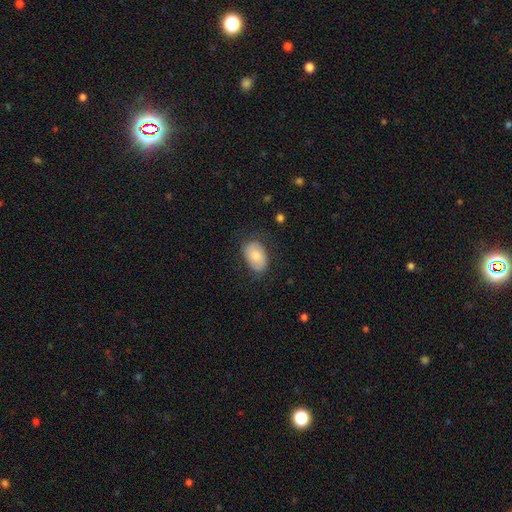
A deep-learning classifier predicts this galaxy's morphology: smooth 75%, featured or disk 18%, star or artifact 7%. Down the decision tree: how rounded — in between (88%); merging — none (69%).